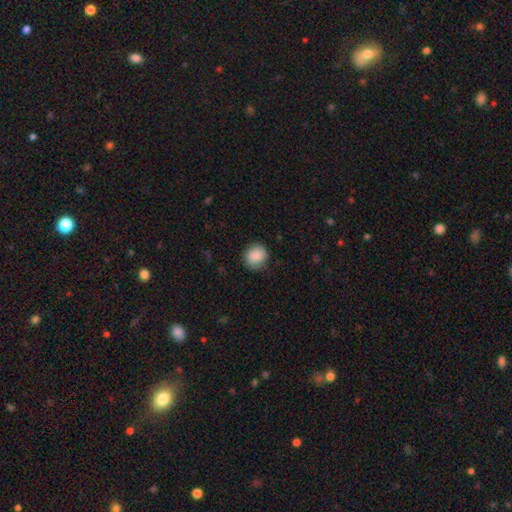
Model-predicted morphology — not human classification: Smooth or featured: smooth — 86% (star or artifact — 7%)
How rounded: round — 83% (in between — 16%)
Merging: none — 80% (minor disturbance — 15%)